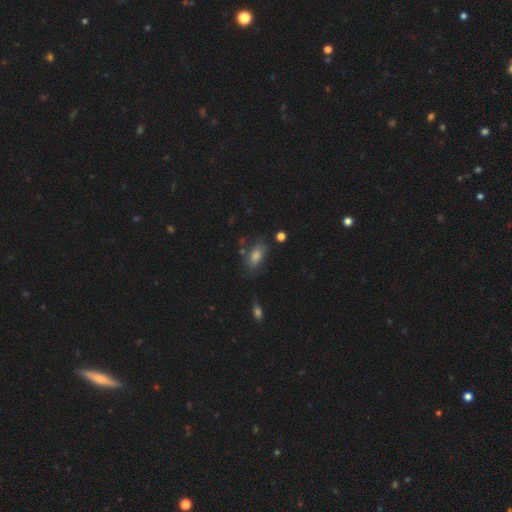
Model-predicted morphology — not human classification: This appears to be a smooth galaxy with no disk features (70%) that is in between round and cigar-shaped (85%). Merging: none (68%).